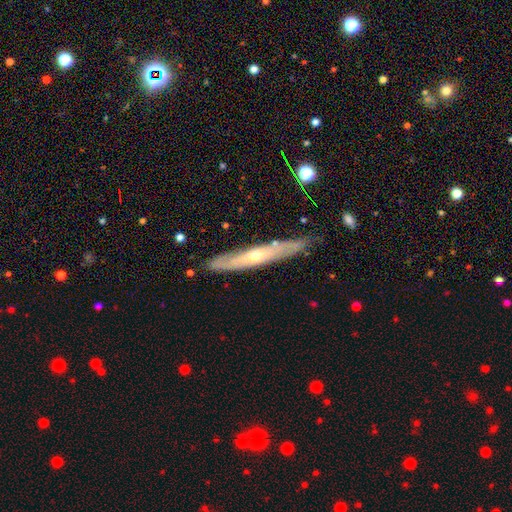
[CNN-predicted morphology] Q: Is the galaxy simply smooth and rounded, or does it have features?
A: featured or disk — 68%.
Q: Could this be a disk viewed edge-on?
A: yes — 75%.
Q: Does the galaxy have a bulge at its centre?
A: rounded — 67%.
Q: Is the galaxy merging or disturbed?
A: none — 82%.